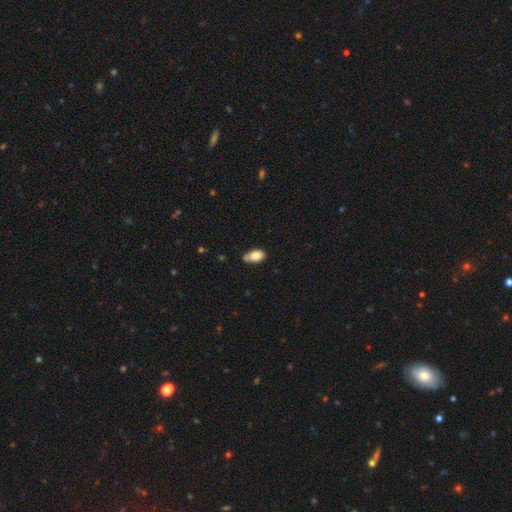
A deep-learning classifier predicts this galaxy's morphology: The model was most divided on "merging": none: 54%, minor disturbance: 34%, merger: 6%, major disturbance: 6%. More confident: how rounded — in between (91%); smooth or featured — smooth (83%).